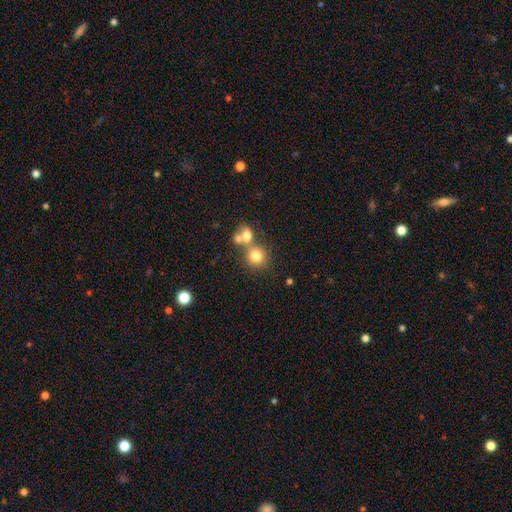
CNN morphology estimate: A smooth galaxy with no disk features (77%) that is round (86%).

Vote fractions:
- Smooth or featured? smooth: 77% / star or artifact: 12% / featured or disk: 11%
- How rounded? round: 86% / in between: 13% / cigar-shaped: 1%
- Merging? none: 50% / merger: 39% / minor disturbance: 8% / major disturbance: 4%